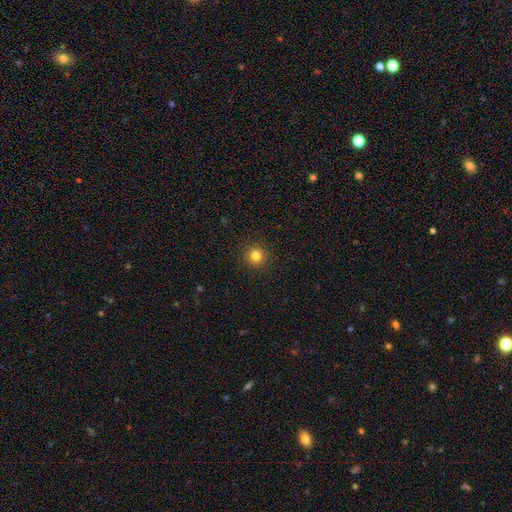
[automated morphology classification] This appears to be a smooth galaxy with no disk features (81%) that is round (96%). Merging: none (93%).